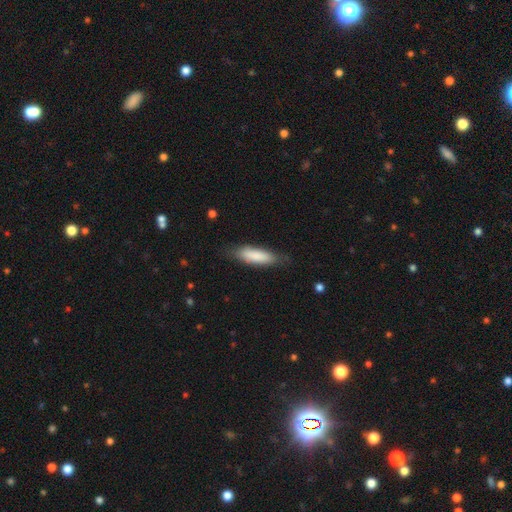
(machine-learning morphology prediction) Q: Smooth or featured?
A: smooth (84%); runner-up: featured or disk (10%)
Q: How rounded?
A: cigar-shaped (54%); runner-up: in between (44%)
Q: Merging?
A: none (78%); runner-up: minor disturbance (17%)